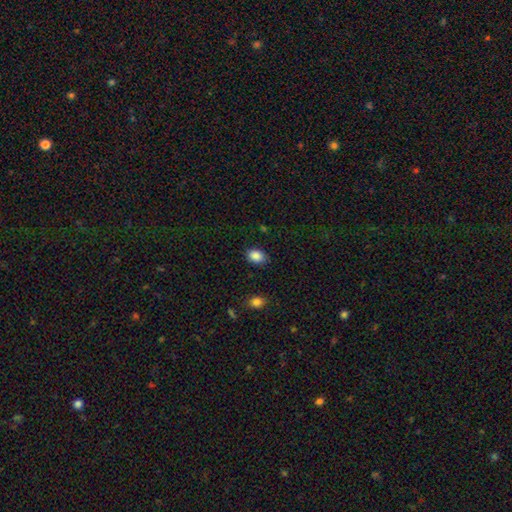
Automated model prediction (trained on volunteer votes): A smooth galaxy with no disk features (88%) that is in between round and cigar-shaped (73%). Merging: none (83%).